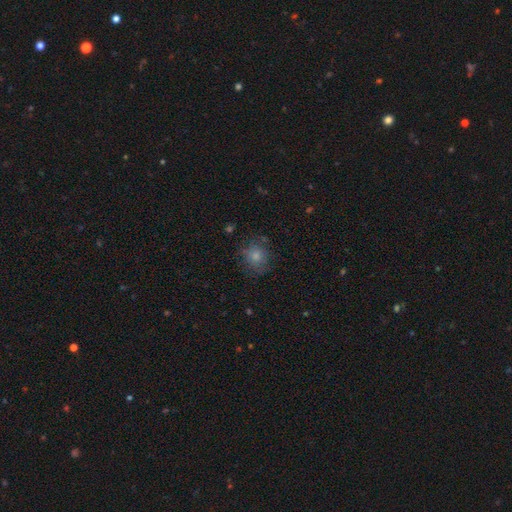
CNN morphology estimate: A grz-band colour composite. It shows a smooth galaxy with no disk features (78%) that is round (82%). Merging: none (72%).